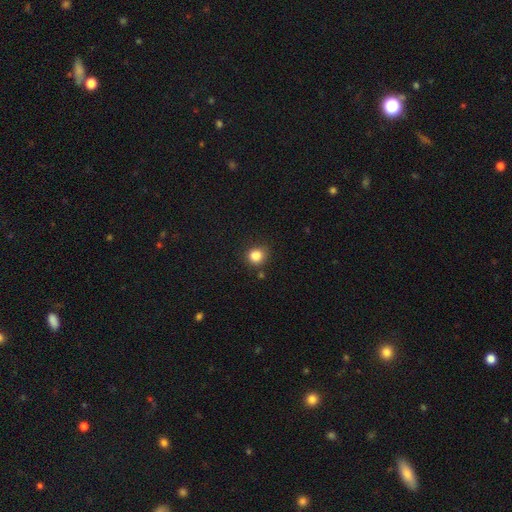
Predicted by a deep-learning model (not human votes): Q: Smooth or featured?
A: smooth (85%); runner-up: star or artifact (11%)
Q: How rounded?
A: round (80%); runner-up: in between (19%)
Q: Merging?
A: none (76%); runner-up: minor disturbance (16%)